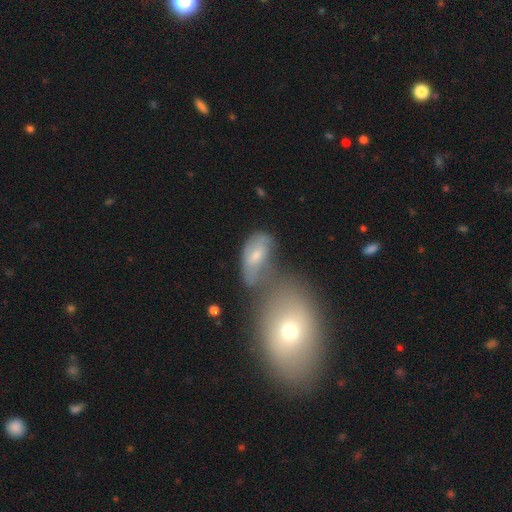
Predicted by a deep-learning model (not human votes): Smooth or featured: smooth — 53% (featured or disk — 36%)
How rounded: in between — 86% (round — 7%)
Merging: merger — 41% (none — 25%)